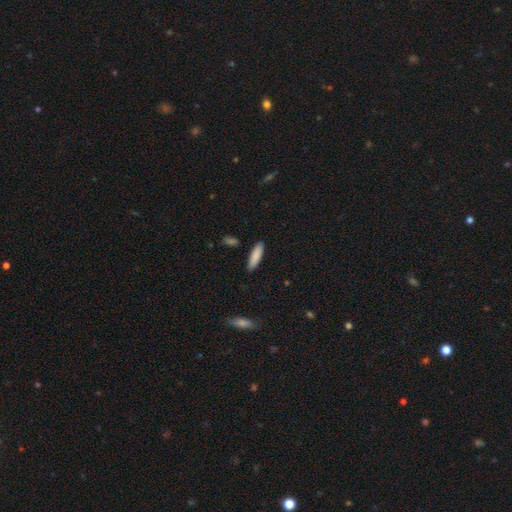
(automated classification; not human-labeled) Overall: smooth (87%). How rounded: cigar-shaped (66%; in between 32%). Merging: none (88%).